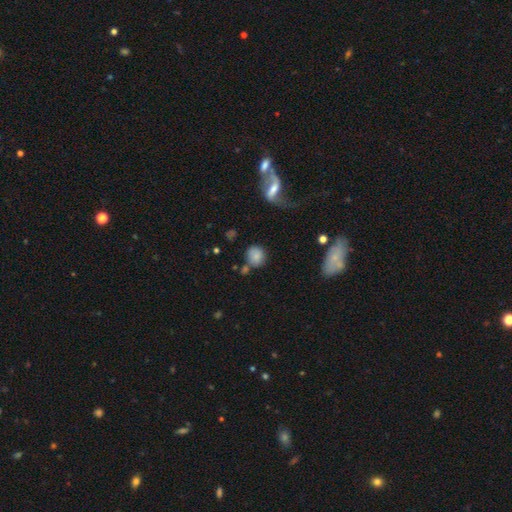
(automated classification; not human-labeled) smooth_or_featured: smooth (p=0.76) [alt: featured or disk p=0.13]
how_rounded: round (p=0.80) [alt: in between p=0.18]
merging: none (p=0.63) [alt: minor disturbance p=0.17]